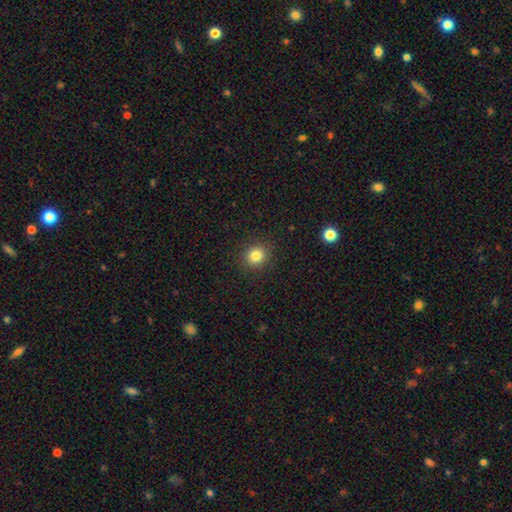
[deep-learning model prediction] Smooth or featured?
  - smooth: 82% *
  - star or artifact: 12%
  - featured or disk: 6%
How rounded?
  - round: 86% *
  - in between: 14%
  - cigar-shaped: 1%
Merging?
  - none: 91% *
  - minor disturbance: 6%
  - major disturbance: 2%
  - merger: 1%